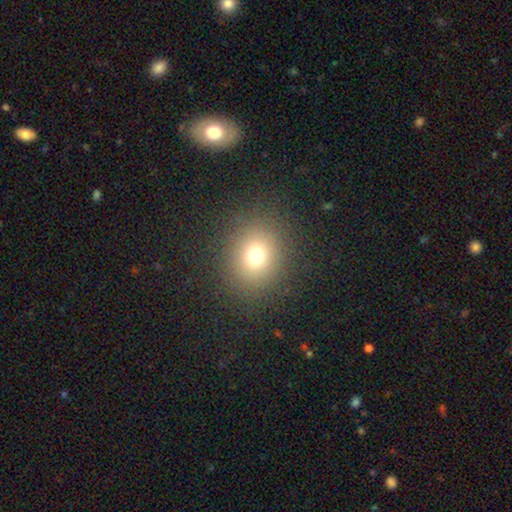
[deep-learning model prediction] Morphology: type=smooth (71%); roundness=round (76%); merging=none (86%).